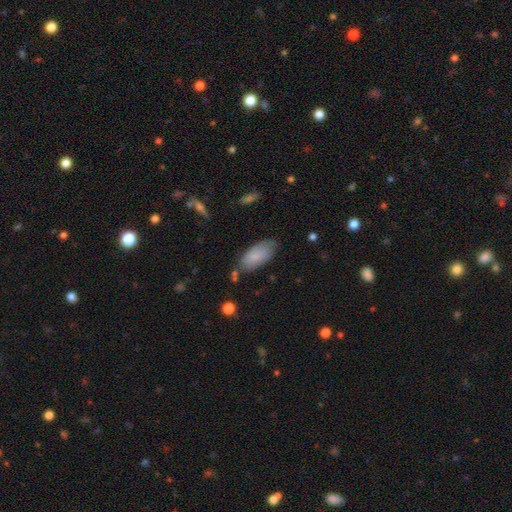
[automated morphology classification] smooth-or-featured: smooth: 84% | featured or disk: 9% | star or artifact: 6%
  how-rounded: in between: 88% | cigar-shaped: 10% | round: 2%
  merging: none: 72% | minor disturbance: 20% | major disturbance: 4% | merger: 3%